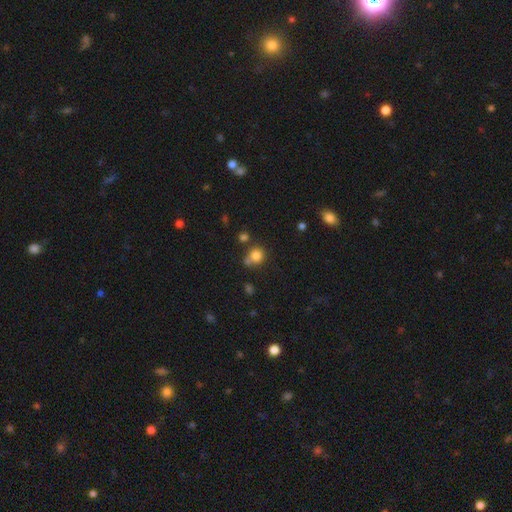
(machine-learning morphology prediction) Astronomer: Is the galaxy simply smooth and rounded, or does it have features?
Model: smooth — 81%.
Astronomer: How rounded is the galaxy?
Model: round — 81%.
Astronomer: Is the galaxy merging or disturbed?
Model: none — 55%.